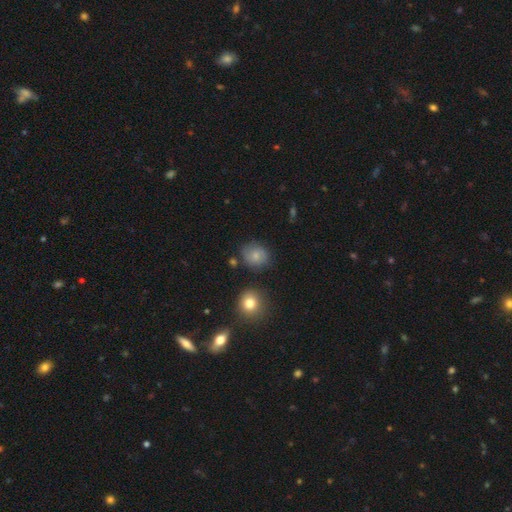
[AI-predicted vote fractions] smooth_or_featured: smooth (p=0.71) [alt: featured or disk p=0.19]
how_rounded: round (p=0.76) [alt: in between p=0.23]
merging: none (p=0.75) [alt: minor disturbance p=0.17]